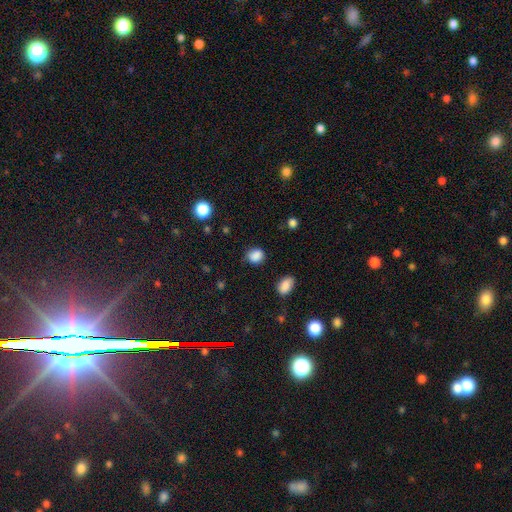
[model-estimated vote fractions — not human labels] This is clearly a smooth galaxy (86%). How rounded: likely round (64%). Merging: likely none (78%).